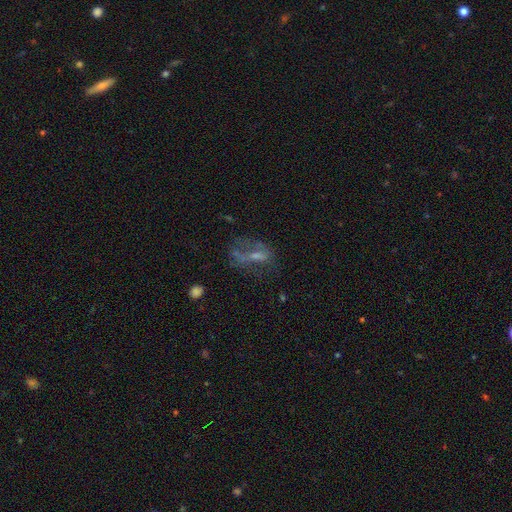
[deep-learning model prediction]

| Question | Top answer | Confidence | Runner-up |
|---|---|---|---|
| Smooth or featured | featured or disk | 50% | smooth (30%) |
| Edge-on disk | no | 89% | yes (11%) |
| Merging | none | 42% | major disturbance (34%) |